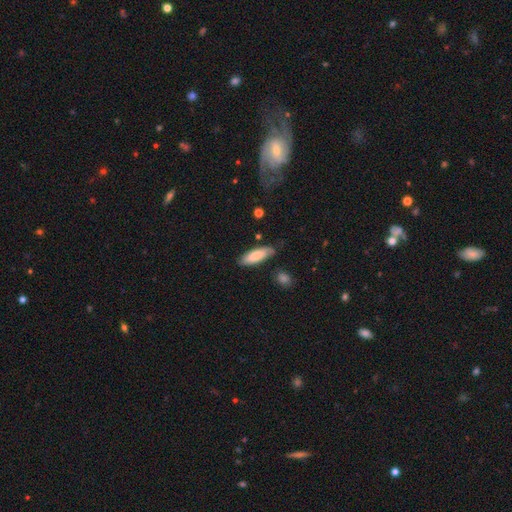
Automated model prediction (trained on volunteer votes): Q: Smooth or featured?
A: smooth (81%); runner-up: featured or disk (14%)
Q: How rounded?
A: in between (63%); runner-up: cigar-shaped (35%)
Q: Merging?
A: none (78%); runner-up: minor disturbance (17%)